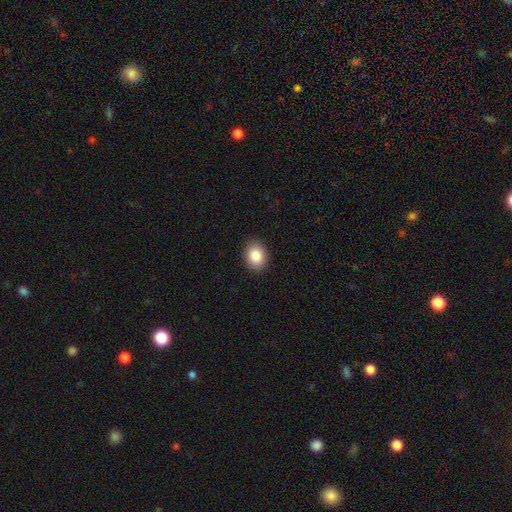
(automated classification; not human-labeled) This appears to be a smooth galaxy with no disk features (87%) that is in between round and cigar-shaped (67%). Merging: none (89%).